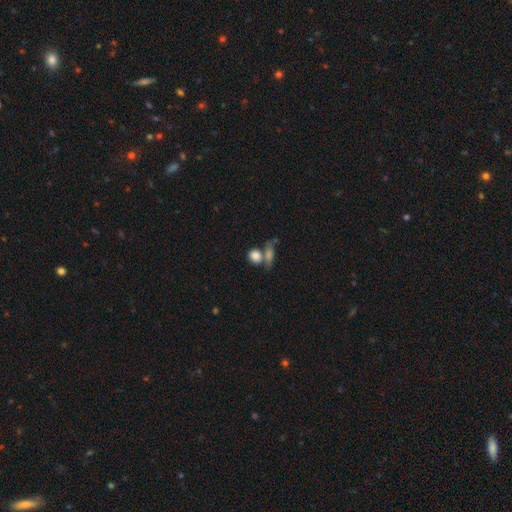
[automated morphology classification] This is clearly a smooth galaxy (82%). How rounded: likely round (64%). Merging: marginally none (43%).